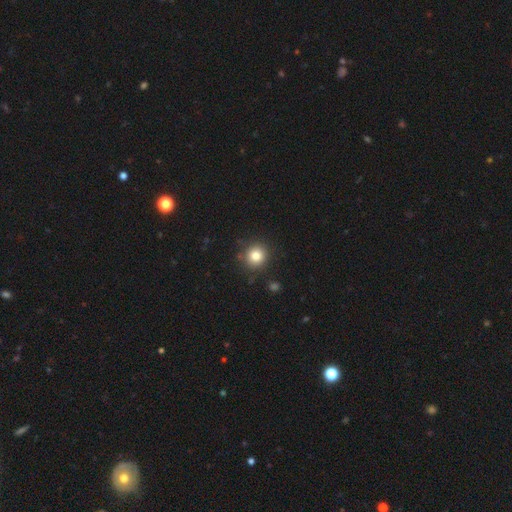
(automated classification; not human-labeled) Smooth or featured: smooth — 82% (star or artifact — 12%)
How rounded: round — 91% (in between — 8%)
Merging: none — 86% (minor disturbance — 9%)